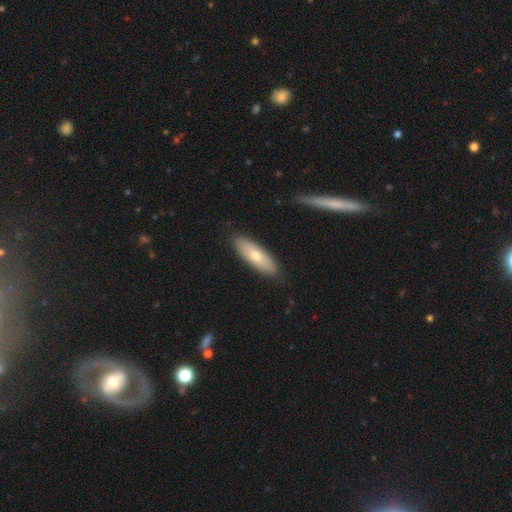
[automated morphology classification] Smooth or featured? Predicted: smooth (p=0.66). How rounded? Predicted: in between (p=0.54). Merging? Predicted: none (p=0.87).